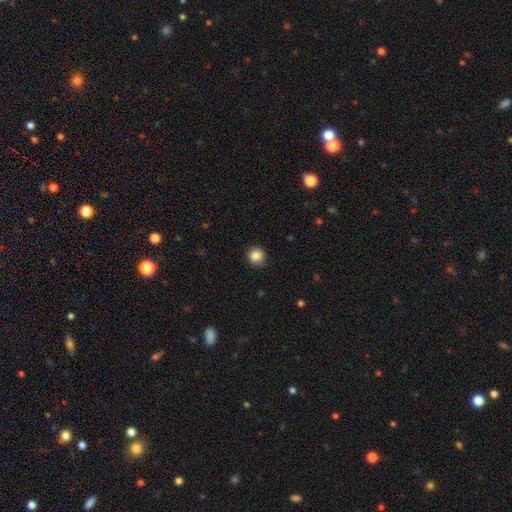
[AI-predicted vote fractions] smooth_or_featured: smooth (p=0.86) [alt: star or artifact p=0.10]
how_rounded: round (p=0.88) [alt: in between p=0.11]
merging: none (p=0.86) [alt: minor disturbance p=0.10]